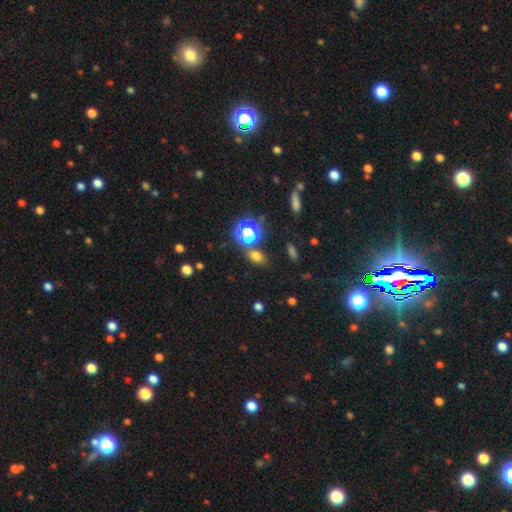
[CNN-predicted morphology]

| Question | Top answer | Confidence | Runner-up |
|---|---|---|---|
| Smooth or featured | smooth | 68% | star or artifact (25%) |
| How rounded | in between | 59% | round (38%) |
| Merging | none | 77% | minor disturbance (11%) |